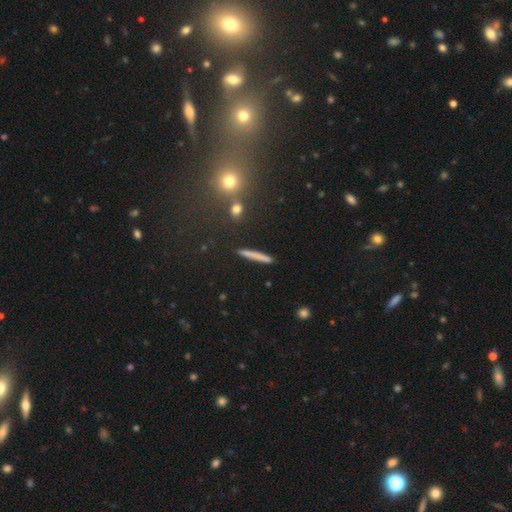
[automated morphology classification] smooth_or_featured: smooth (p=0.69) [alt: featured or disk p=0.22]
how_rounded: cigar-shaped (p=0.93) [alt: in between p=0.03]
merging: none (p=0.89) [alt: minor disturbance p=0.07]